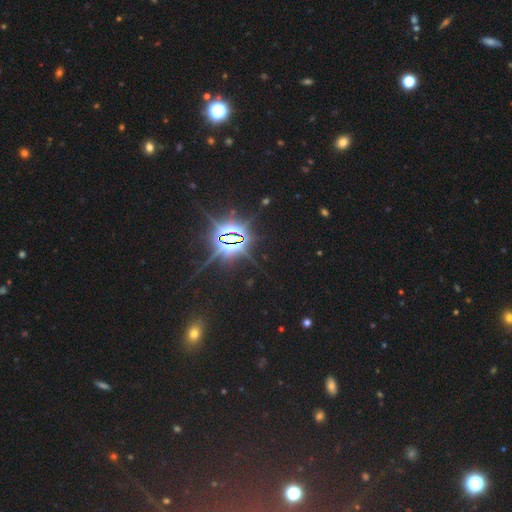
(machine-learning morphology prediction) smooth_or_featured: star or artifact (p=0.81) [alt: smooth p=0.12]